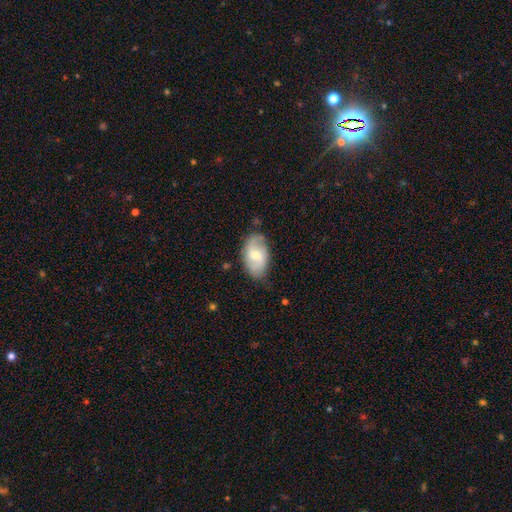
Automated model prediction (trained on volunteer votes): Overall: featured or disk (50%; smooth 44%). Edge-on disk: no (95%). Merging: none (73%).